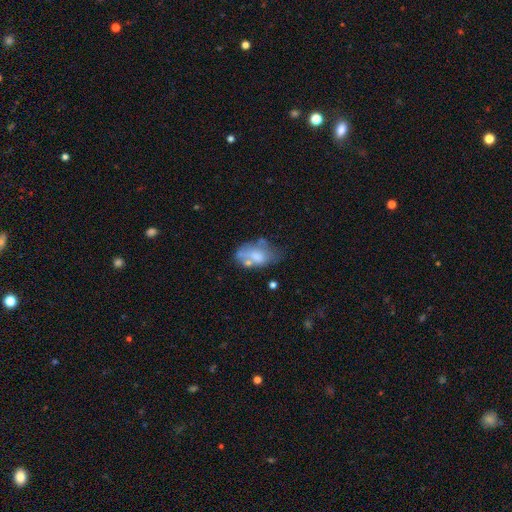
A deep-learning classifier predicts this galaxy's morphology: A smooth galaxy with no disk features (53%) that is in between round and cigar-shaped (88%).

Vote fractions:
- Smooth or featured? smooth: 53% / featured or disk: 37% / star or artifact: 9%
- How rounded? in between: 88% / round: 10% / cigar-shaped: 2%
- Merging? none: 29% / minor disturbance: 28% / major disturbance: 23% / merger: 20%